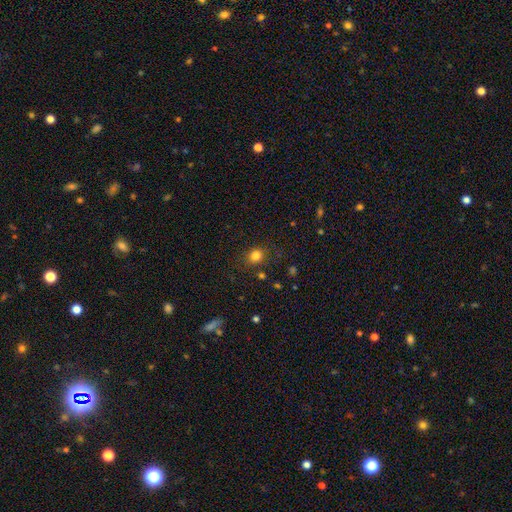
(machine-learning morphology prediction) Smooth or featured? smooth (81%)
How rounded? round (68%)
Merging? none (81%)